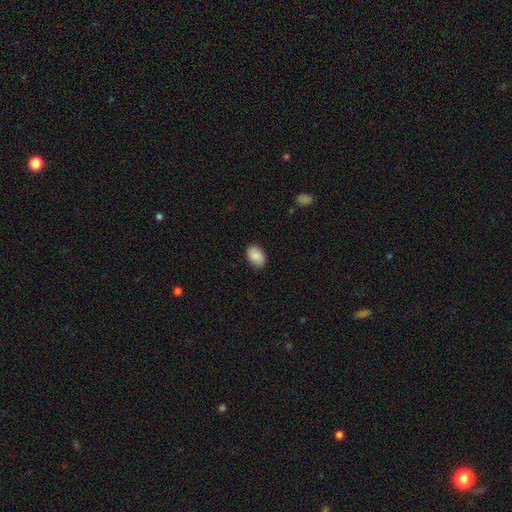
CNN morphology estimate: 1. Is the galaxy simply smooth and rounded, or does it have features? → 87% smooth, 7% star or artifact, 6% featured or disk.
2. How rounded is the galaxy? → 87% in between, 12% round, 1% cigar-shaped.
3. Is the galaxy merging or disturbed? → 88% none, 9% minor disturbance, 2% major disturbance, 1% merger.